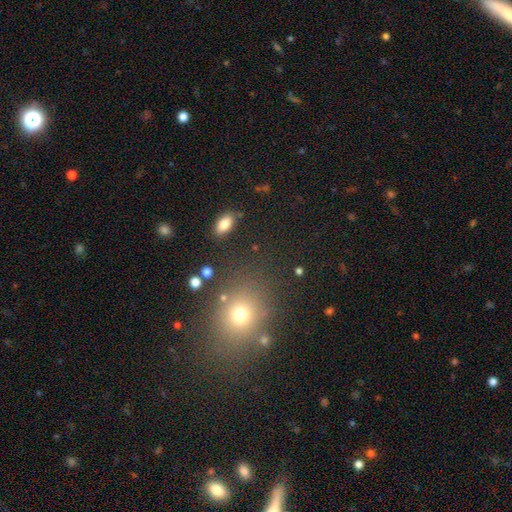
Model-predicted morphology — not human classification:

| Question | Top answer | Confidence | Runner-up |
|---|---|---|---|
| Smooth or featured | smooth | 59% | star or artifact (32%) |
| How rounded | round | 56% | in between (42%) |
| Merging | none | 83% | minor disturbance (9%) |